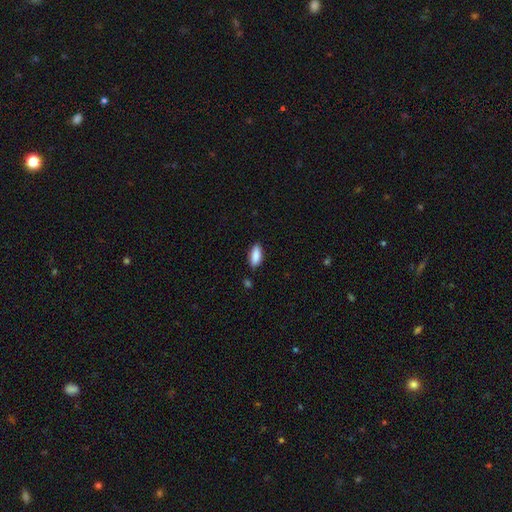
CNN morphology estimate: Q: Smooth or featured?
A: smooth (89%); runner-up: star or artifact (6%)
Q: How rounded?
A: in between (84%); runner-up: cigar-shaped (14%)
Q: Merging?
A: none (83%); runner-up: minor disturbance (12%)